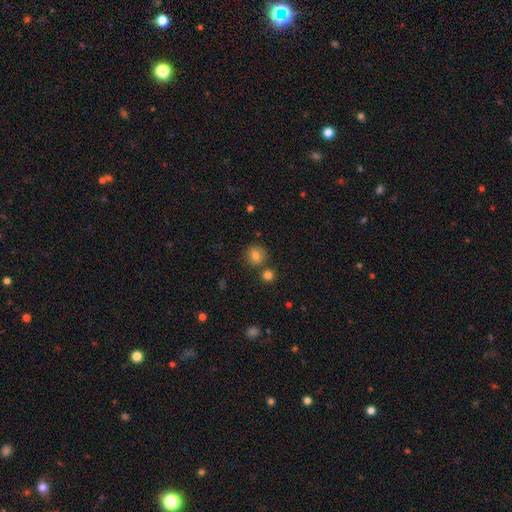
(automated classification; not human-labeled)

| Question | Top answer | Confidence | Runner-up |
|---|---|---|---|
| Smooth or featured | smooth | 79% | star or artifact (12%) |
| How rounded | round | 85% | in between (14%) |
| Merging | none | 76% | merger (12%) |